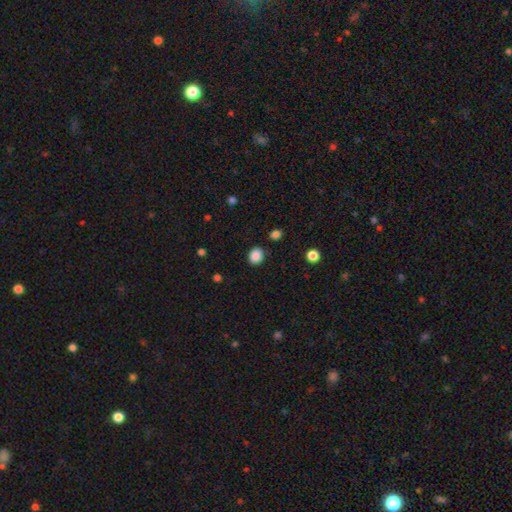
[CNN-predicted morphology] Smooth or featured?
  - smooth: 87% *
  - star or artifact: 10%
  - featured or disk: 3%
How rounded?
  - round: 61% *
  - in between: 38%
  - cigar-shaped: 1%
Merging?
  - none: 86% *
  - minor disturbance: 9%
  - major disturbance: 3%
  - merger: 2%